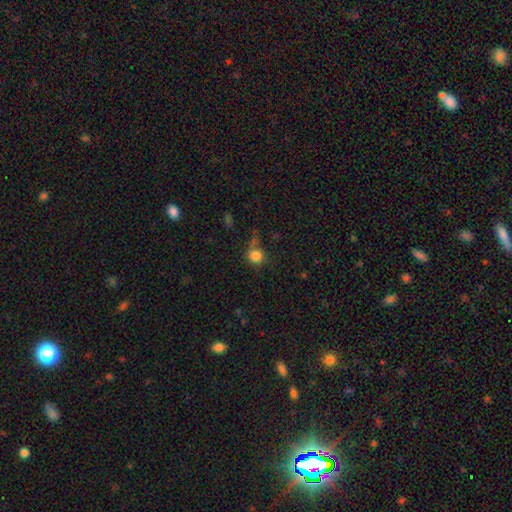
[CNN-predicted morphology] This is clearly a smooth galaxy (83%). How rounded: clearly round (89%). Merging: likely none (62%).